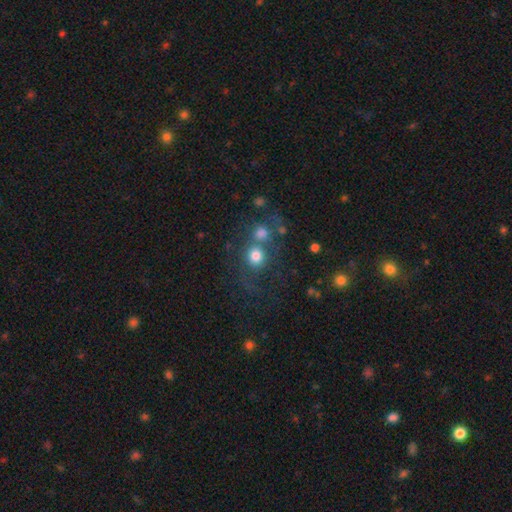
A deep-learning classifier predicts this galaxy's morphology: Smooth or featured? smooth (74%)
How rounded? round (82%)
Merging? none (47%)